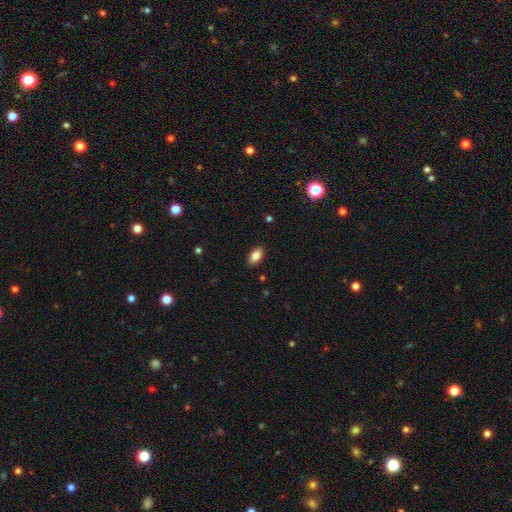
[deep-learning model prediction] smooth_or_featured: smooth (p=0.84) [alt: star or artifact p=0.08]
how_rounded: in between (p=0.92) [alt: round p=0.06]
merging: none (p=0.89) [alt: minor disturbance p=0.08]